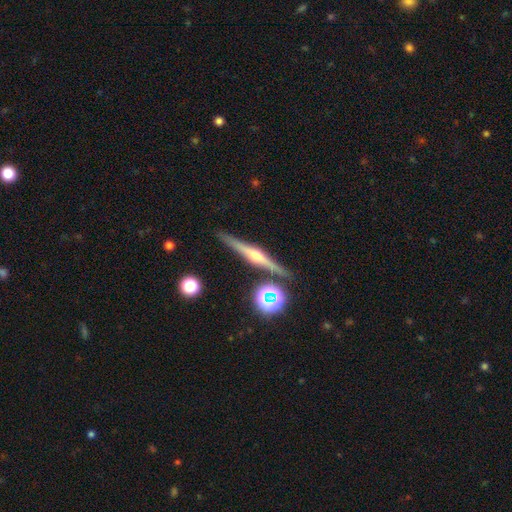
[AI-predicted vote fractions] A featured or disk galaxy (74%) viewed edge-on (98%) with a rounded central bulge (88%). Merging: none (88%).